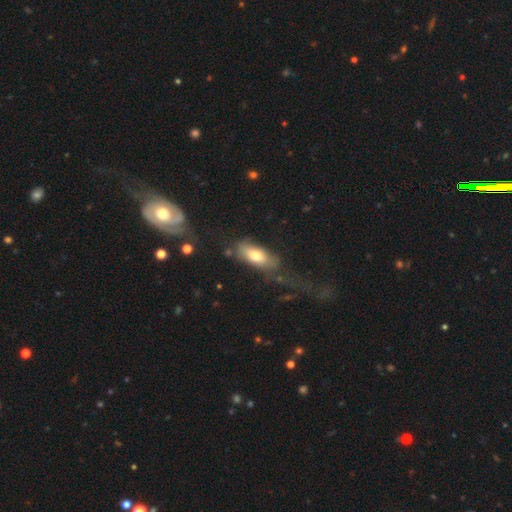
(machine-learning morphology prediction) A smooth galaxy with no disk features (70%) that is in between round and cigar-shaped (81%).

Vote fractions:
- Smooth or featured? smooth: 70% / featured or disk: 22% / star or artifact: 7%
- How rounded? in between: 81% / cigar-shaped: 16% / round: 3%
- Merging? none: 49% / minor disturbance: 23% / major disturbance: 22% / merger: 6%